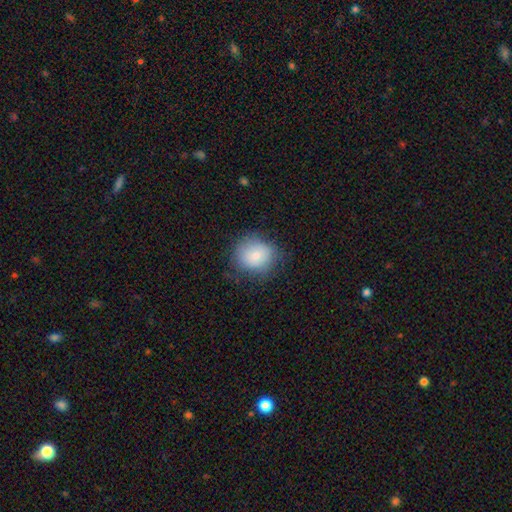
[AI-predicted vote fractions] Smooth or featured? Predicted: smooth (p=0.76). How rounded? Predicted: round (p=0.81). Merging? Predicted: none (p=0.72).